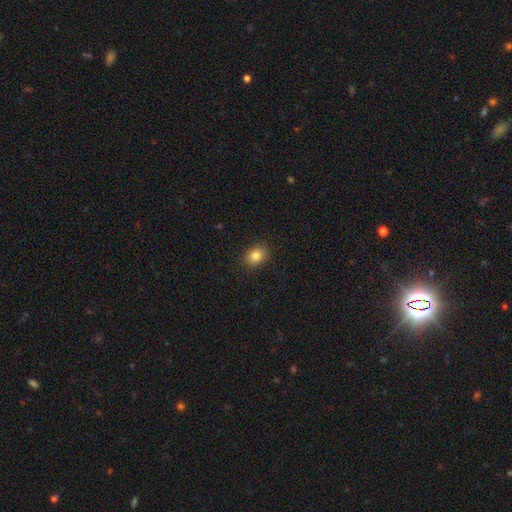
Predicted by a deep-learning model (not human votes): This appears to be a smooth galaxy with no disk features (85%) that is in between round and cigar-shaped (56%). Merging: none (88%).